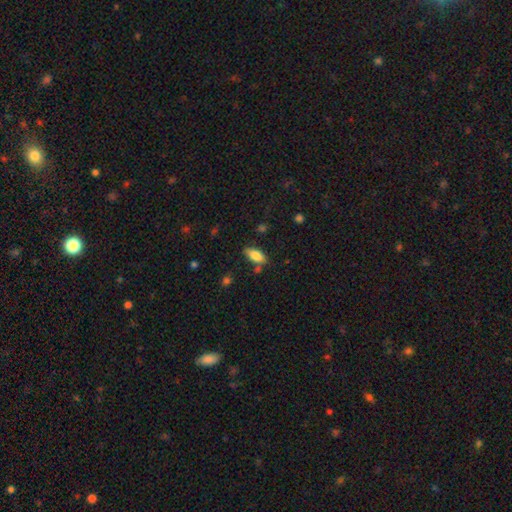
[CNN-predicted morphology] Smooth or featured? smooth (82%)
How rounded? in between (85%)
Merging? none (78%)